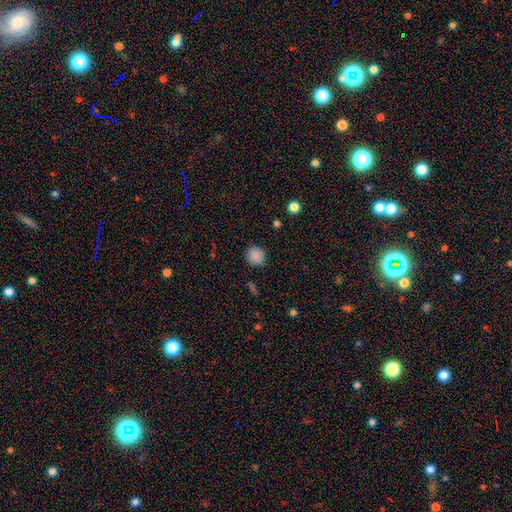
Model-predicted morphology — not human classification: Q: Smooth or featured?
A: smooth (87%); runner-up: star or artifact (10%)
Q: How rounded?
A: round (86%); runner-up: in between (13%)
Q: Merging?
A: none (87%); runner-up: minor disturbance (9%)